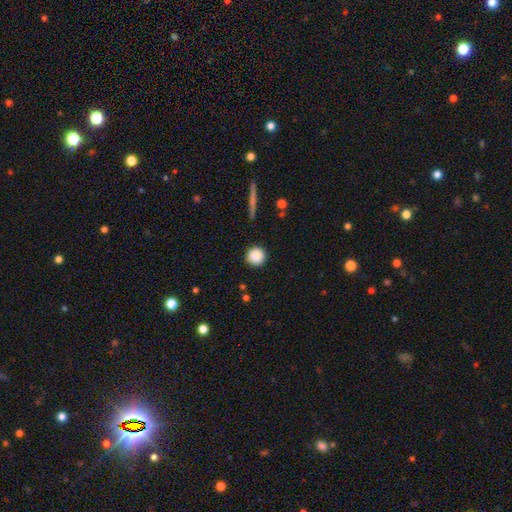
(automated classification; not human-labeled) smooth 88%, star or artifact 8%, featured or disk 4%. Down the decision tree: how rounded — round (95%); merging — none (91%).